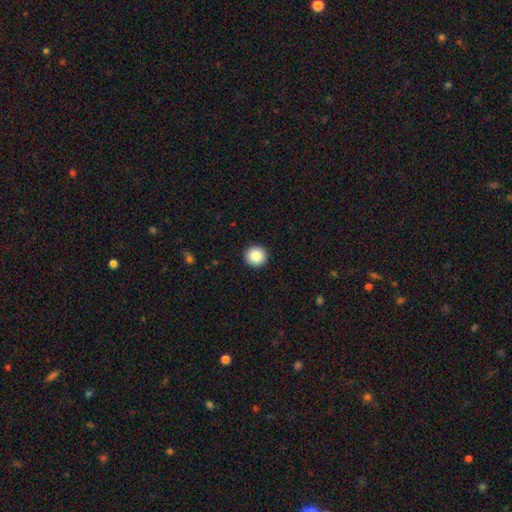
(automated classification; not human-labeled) The model was most divided on "smooth or featured": smooth: 88%, star or artifact: 8%, featured or disk: 4%. More confident: how rounded — round (95%); merging — none (93%).